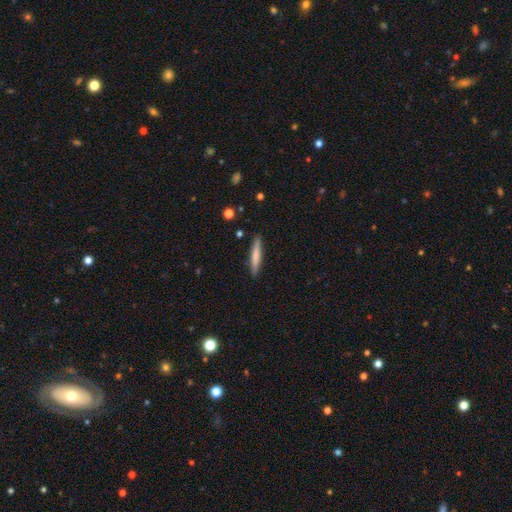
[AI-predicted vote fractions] This appears to be a smooth galaxy with no disk features (72%) that is cigar-shaped (94%). Merging: none (90%).